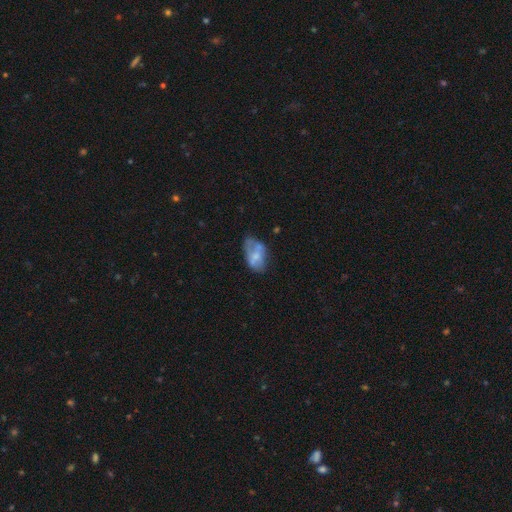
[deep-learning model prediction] This is possibly a smooth galaxy (50%). How rounded: clearly in between (91%). Merging: marginally none (39%).